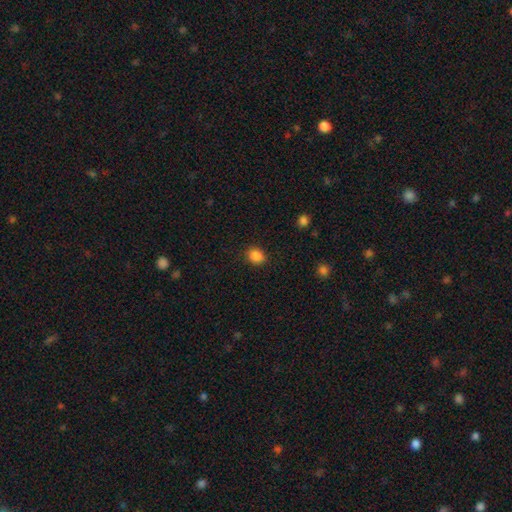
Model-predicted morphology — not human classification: The model was most divided on "how rounded": round: 54%, in between: 45%, cigar-shaped: 1%. More confident: smooth or featured — smooth (87%); merging — none (86%).